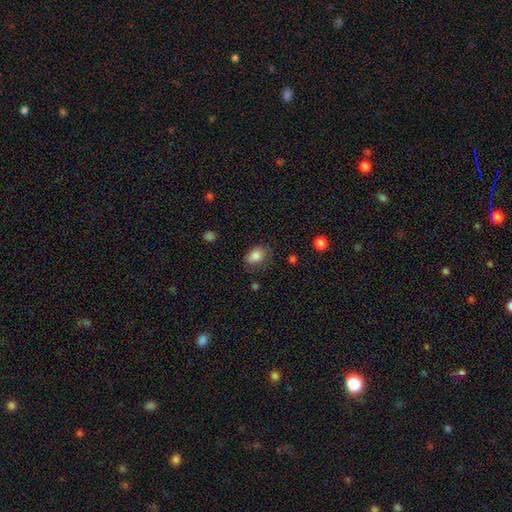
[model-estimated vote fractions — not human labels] A smooth galaxy with no disk features (84%) that is in between round and cigar-shaped (77%). Merging: none (67%).